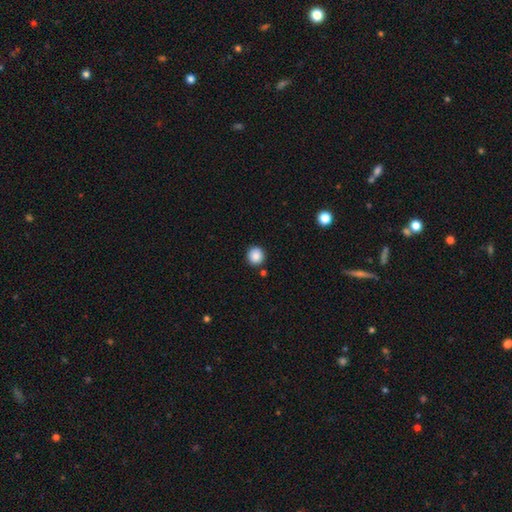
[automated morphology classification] The model was most divided on "smooth or featured": smooth: 88%, star or artifact: 9%, featured or disk: 4%. More confident: how rounded — round (93%); merging — none (89%).